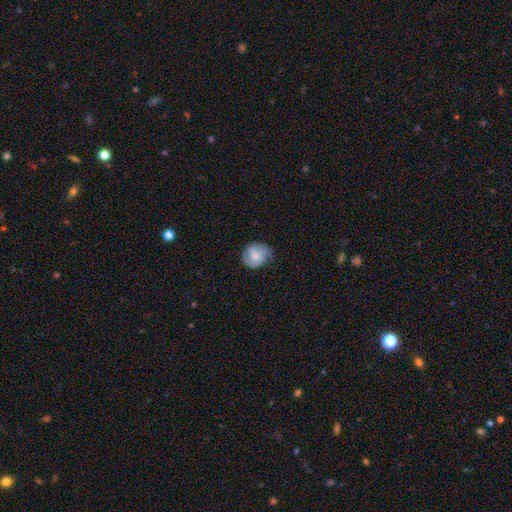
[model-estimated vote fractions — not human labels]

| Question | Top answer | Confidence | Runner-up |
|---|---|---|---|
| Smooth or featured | smooth | 53% | featured or disk (40%) |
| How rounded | round | 76% | in between (23%) |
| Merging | none | 66% | minor disturbance (25%) |